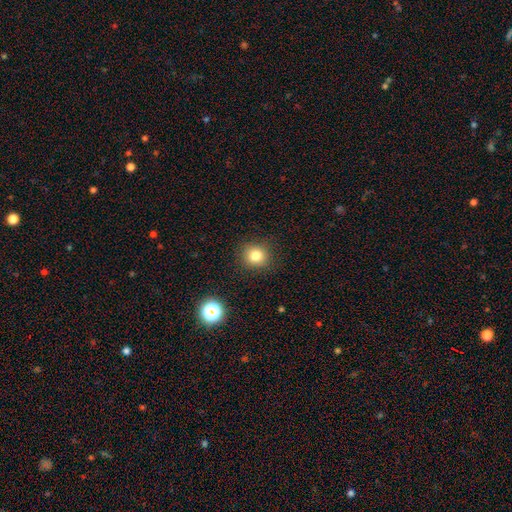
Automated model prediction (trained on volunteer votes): This appears to be a smooth galaxy with no disk features (80%) that is round (87%). Merging: none (88%).